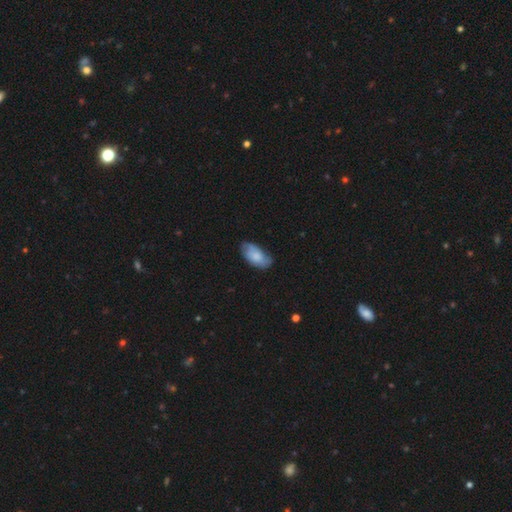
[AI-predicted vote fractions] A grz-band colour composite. It shows a smooth galaxy with no disk features (72%) that is in between round and cigar-shaped (94%). Merging: none (62%).